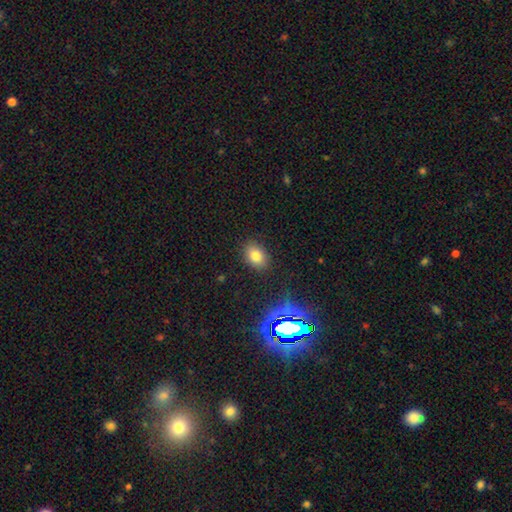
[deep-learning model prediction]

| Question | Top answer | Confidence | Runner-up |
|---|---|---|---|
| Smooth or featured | smooth | 77% | star or artifact (15%) |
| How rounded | in between | 74% | round (25%) |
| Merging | none | 87% | minor disturbance (9%) |